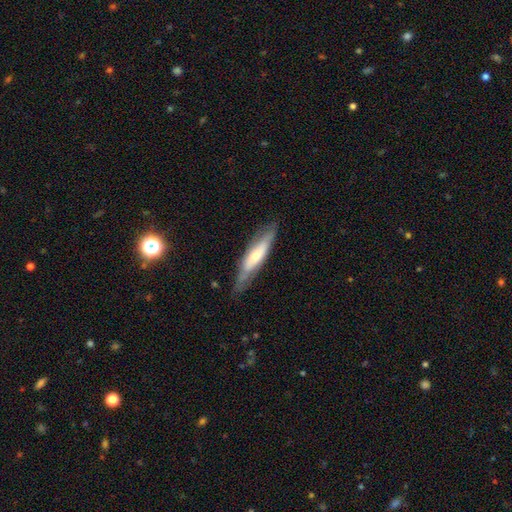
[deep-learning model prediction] A featured or disk galaxy (51%) viewed edge-on (63%).

Vote fractions:
- Smooth or featured? featured or disk: 51% / smooth: 44% / star or artifact: 6%
- Edge-on disk? yes: 63% / no: 37%
- Merging? none: 76% / minor disturbance: 18% / major disturbance: 5% / merger: 1%